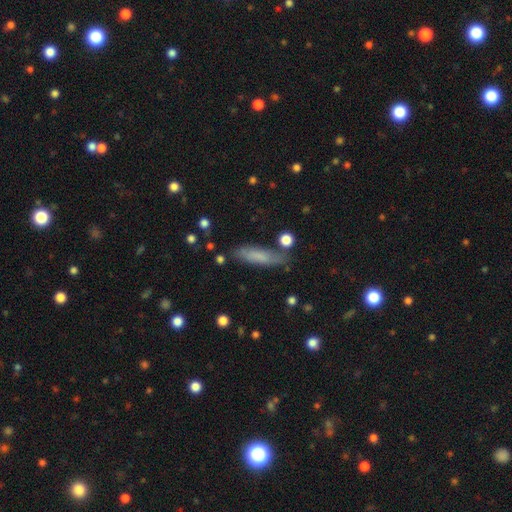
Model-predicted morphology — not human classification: Smooth or featured: smooth — 73% (featured or disk — 19%)
How rounded: cigar-shaped — 69% (in between — 29%)
Merging: none — 76% (minor disturbance — 16%)